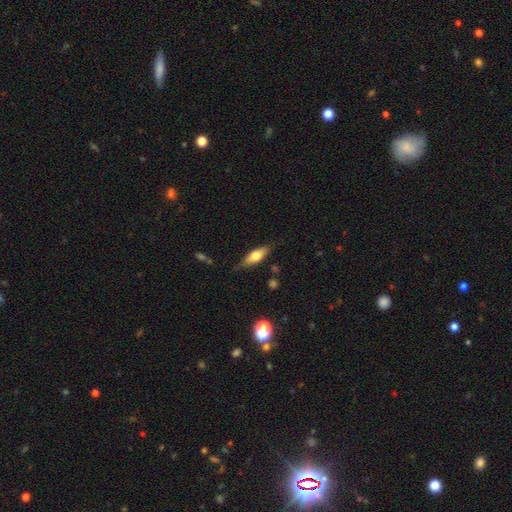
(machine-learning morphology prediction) Smooth or featured? smooth (57%)
How rounded? in between (57%)
Merging? none (76%)